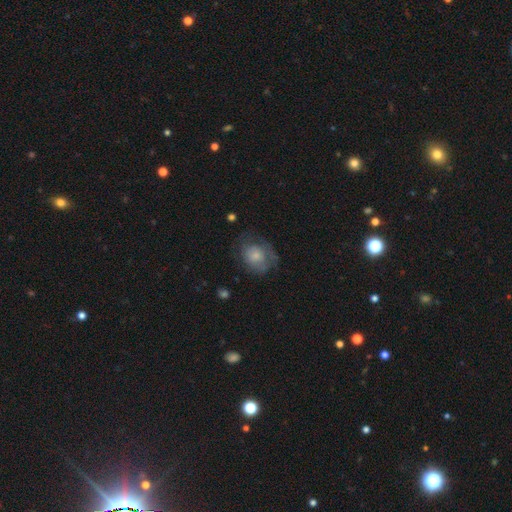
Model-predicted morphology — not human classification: Smooth or featured: smooth — 59% (featured or disk — 33%)
How rounded: round — 56% (in between — 43%)
Merging: none — 52% (minor disturbance — 26%)